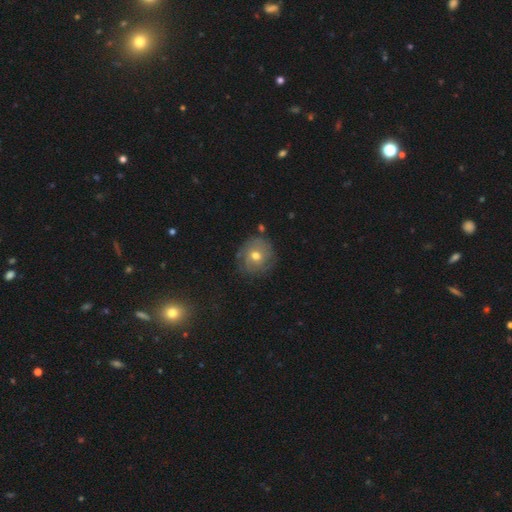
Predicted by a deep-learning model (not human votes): This appears to be a smooth galaxy with no disk features (47%). Merging: none (74%).